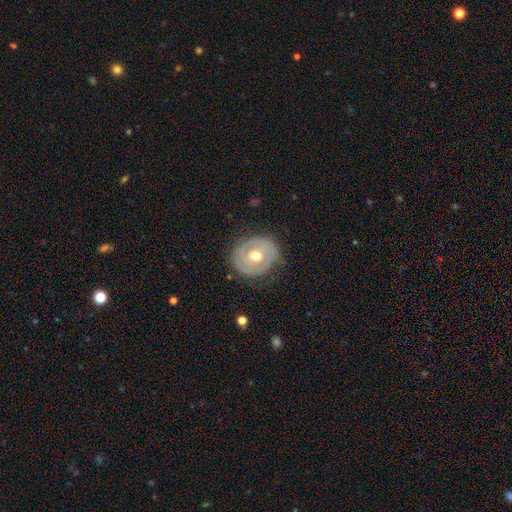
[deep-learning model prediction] Smooth or featured?
  - featured or disk: 59% *
  - smooth: 35%
  - star or artifact: 6%
Edge-on disk?
  - no: 95% *
  - yes: 5%
Bar?
  - no: 77% *
  - weak: 18%
  - strong: 5%
Spiral arms?
  - no: 67% *
  - yes: 33%
Bulge size?
  - moderate: 79% *
  - small: 13%
  - large: 6%
  - dominant: 1%
  - none: 1%
Merging?
  - none: 79% *
  - minor disturbance: 15%
  - major disturbance: 5%
  - merger: 1%